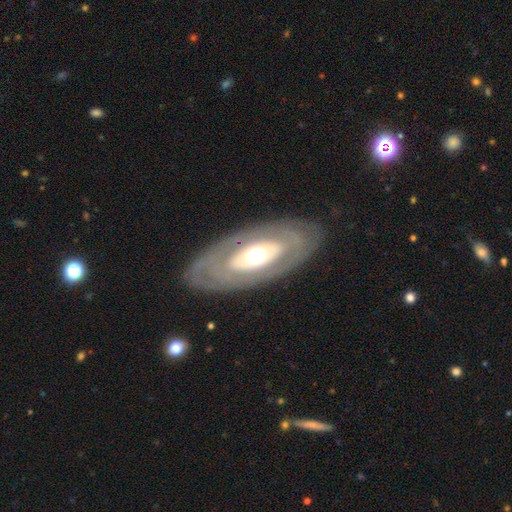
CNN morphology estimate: This appears to be a featured or disk galaxy (65%) with no bar (82%), no spiral arms (79%) and a moderate central bulge (63%). Merging: none (82%).